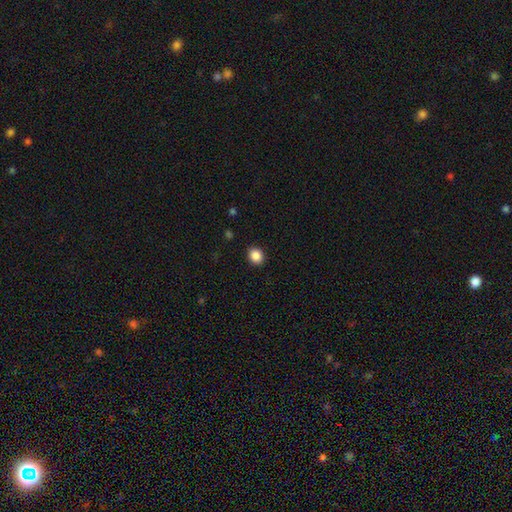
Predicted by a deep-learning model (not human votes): Q: Smooth or featured?
A: smooth (87%); runner-up: star or artifact (10%)
Q: How rounded?
A: round (64%); runner-up: in between (35%)
Q: Merging?
A: none (91%); runner-up: minor disturbance (6%)